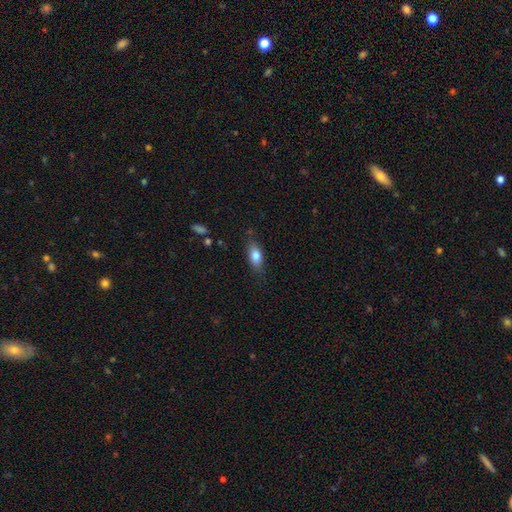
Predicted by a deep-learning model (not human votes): This is clearly a smooth galaxy (81%). How rounded: clearly in between (82%). Merging: likely none (78%).